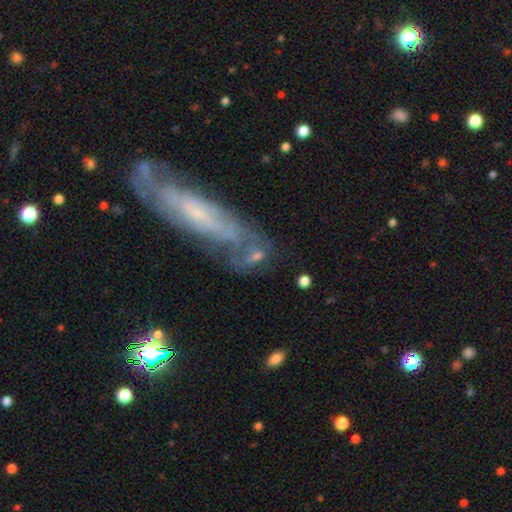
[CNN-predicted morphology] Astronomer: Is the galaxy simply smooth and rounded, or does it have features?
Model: featured or disk — 48% (runner-up: smooth, 39%).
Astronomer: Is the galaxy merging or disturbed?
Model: none — 46%.